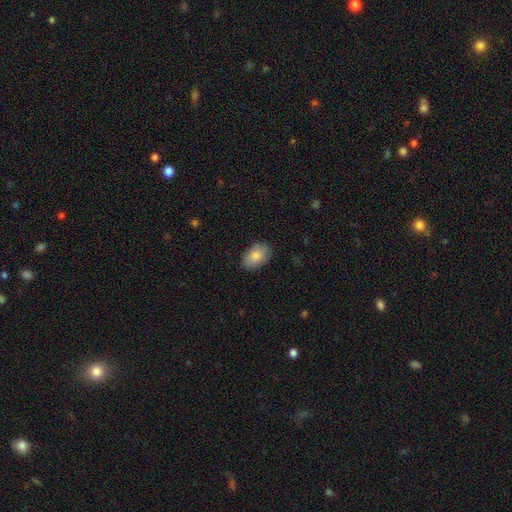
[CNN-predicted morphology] type=smooth (84%); roundness=in between (88%); merging=none (84%).